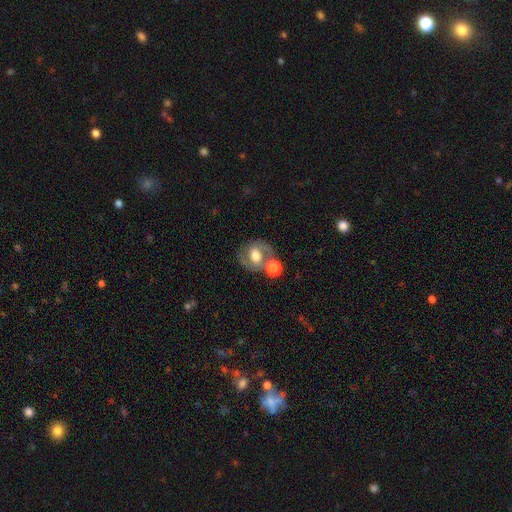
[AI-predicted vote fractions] Overall: featured or disk (53%; smooth 38%). Edge-on disk: no (96%). Bar: no (50%; weak 35%). Spiral arms: yes (68%; no 32%). Bulge size: moderate (51%; large 34%). Merging: none (56%; merger 24%).